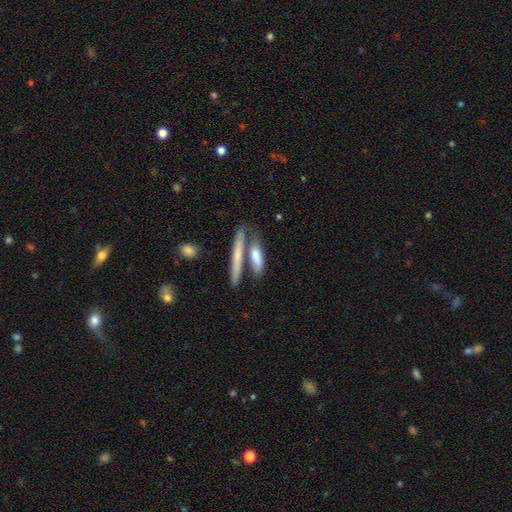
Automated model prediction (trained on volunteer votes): This appears to be a smooth galaxy with no disk features (65%) that is cigar-shaped (75%). Merging: none (55%).